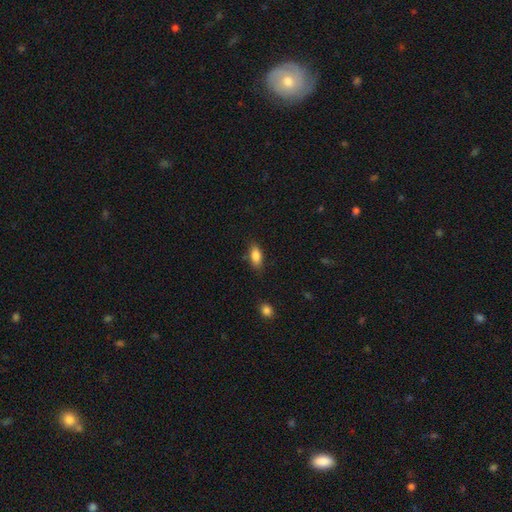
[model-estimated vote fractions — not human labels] The model was most divided on "merging": none: 78%, minor disturbance: 16%, major disturbance: 3%, merger: 2%. More confident: how rounded — in between (85%); smooth or featured — smooth (83%).